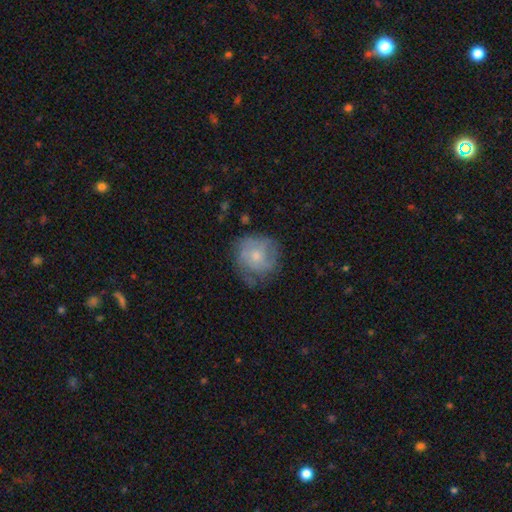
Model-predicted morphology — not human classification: Smooth or featured? Predicted: featured or disk (p=0.51). Edge-on disk? Predicted: no (p=0.98). Merging? Predicted: none (p=0.62).